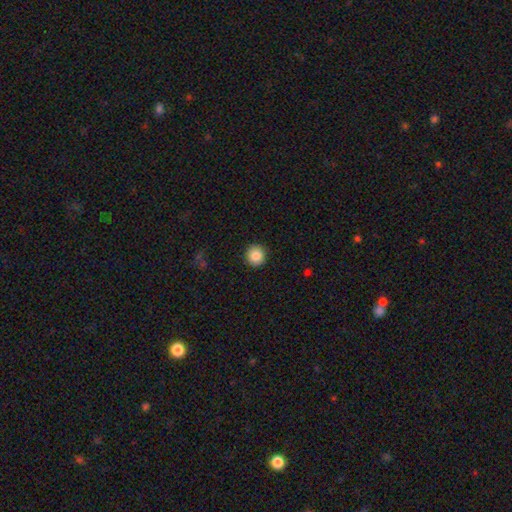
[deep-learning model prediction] Smooth or featured? Predicted: smooth (p=0.87). How rounded? Predicted: round (p=0.94). Merging? Predicted: none (p=0.92).